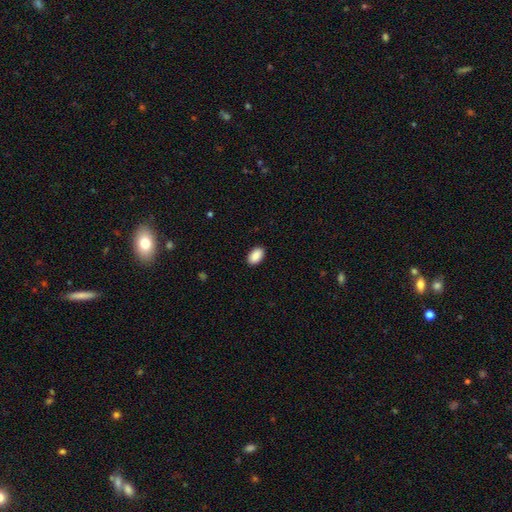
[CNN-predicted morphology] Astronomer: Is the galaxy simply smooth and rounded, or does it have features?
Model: smooth — 90%.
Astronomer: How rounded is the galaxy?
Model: in between — 92%.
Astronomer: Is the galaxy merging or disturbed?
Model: none — 90%.